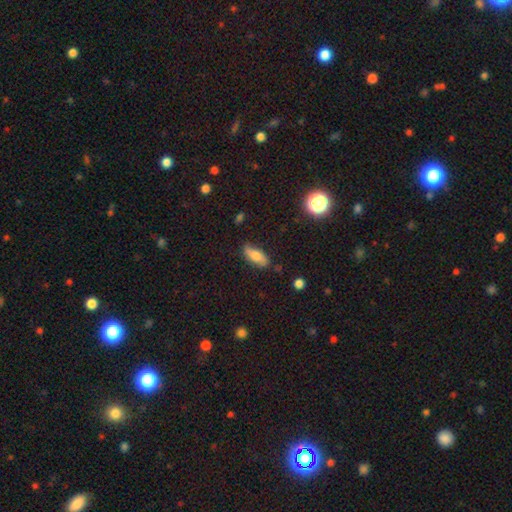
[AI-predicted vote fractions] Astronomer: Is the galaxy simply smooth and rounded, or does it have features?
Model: smooth — 73%.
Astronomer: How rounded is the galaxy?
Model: in between — 76%.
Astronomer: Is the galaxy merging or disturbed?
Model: none — 75%.